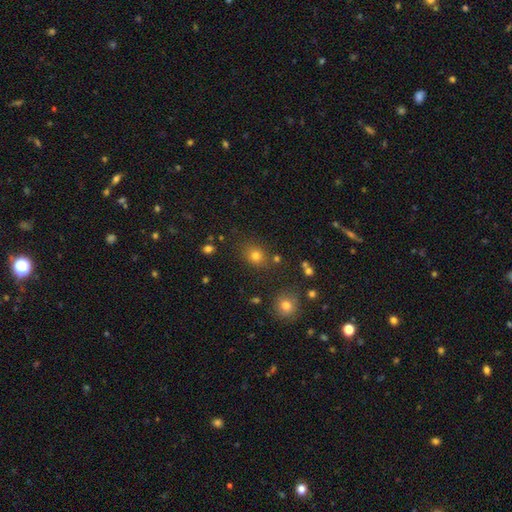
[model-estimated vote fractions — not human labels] Smooth or featured?
  - smooth: 76% *
  - star or artifact: 17%
  - featured or disk: 7%
How rounded?
  - round: 69% *
  - in between: 30%
  - cigar-shaped: 1%
Merging?
  - none: 78% *
  - minor disturbance: 12%
  - merger: 6%
  - major disturbance: 4%